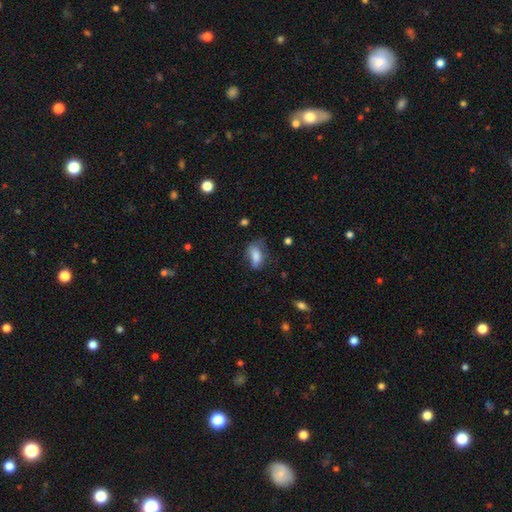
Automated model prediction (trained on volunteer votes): Smooth or featured? smooth (75%)
How rounded? in between (85%)
Merging? none (45%)